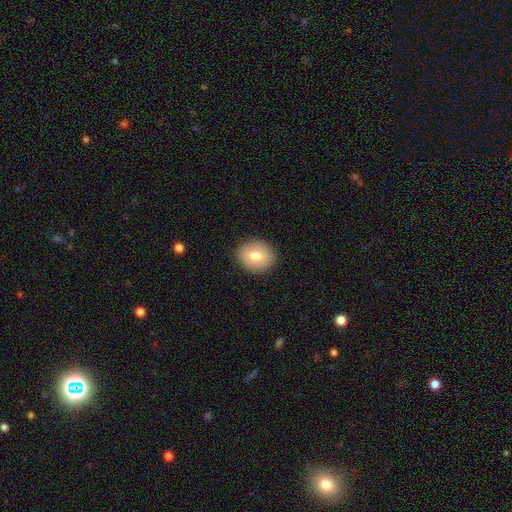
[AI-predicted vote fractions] The model was most divided on "how rounded": round: 71%, in between: 28%, cigar-shaped: 1%. More confident: merging — none (89%); smooth or featured — smooth (75%).